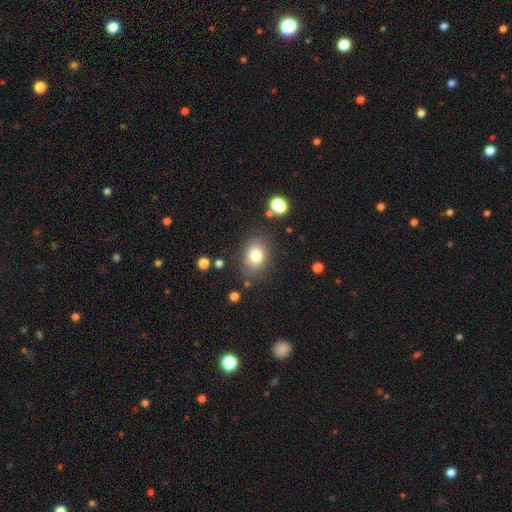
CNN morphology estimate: Smooth or featured? smooth (78%)
How rounded? in between (58%)
Merging? none (80%)